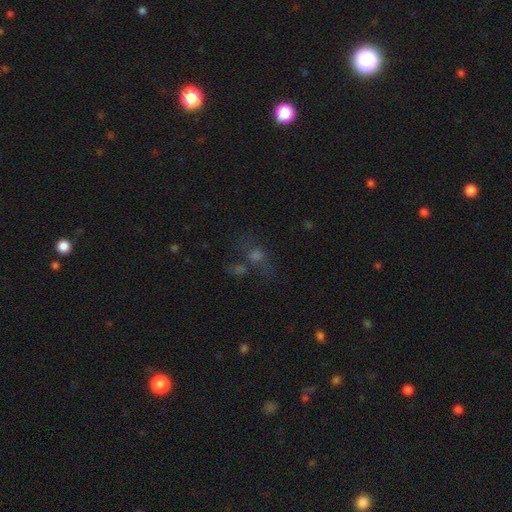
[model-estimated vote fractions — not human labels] This appears to be a smooth galaxy with no disk features (41%). Merging: none (48%).